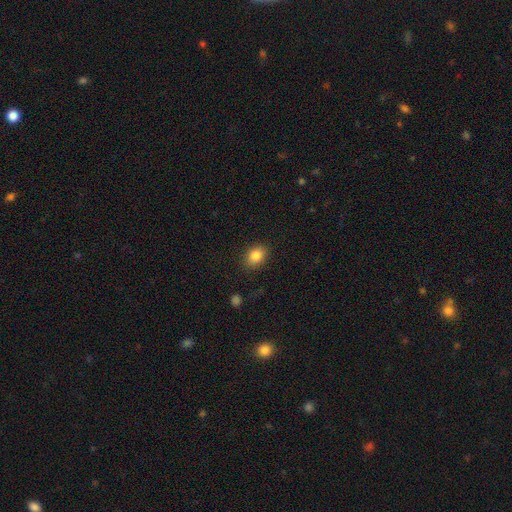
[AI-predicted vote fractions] Smooth or featured: smooth — 84% (star or artifact — 10%)
How rounded: in between — 60% (round — 39%)
Merging: none — 86% (minor disturbance — 10%)